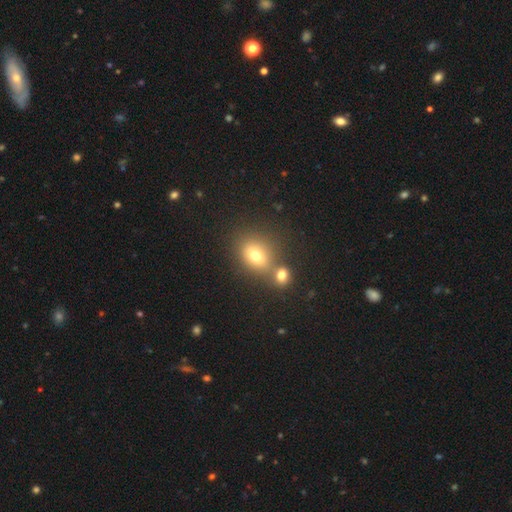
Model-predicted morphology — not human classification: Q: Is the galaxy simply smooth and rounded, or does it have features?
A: smooth — 73%.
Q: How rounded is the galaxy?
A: in between — 55%.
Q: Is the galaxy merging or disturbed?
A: none — 55%.